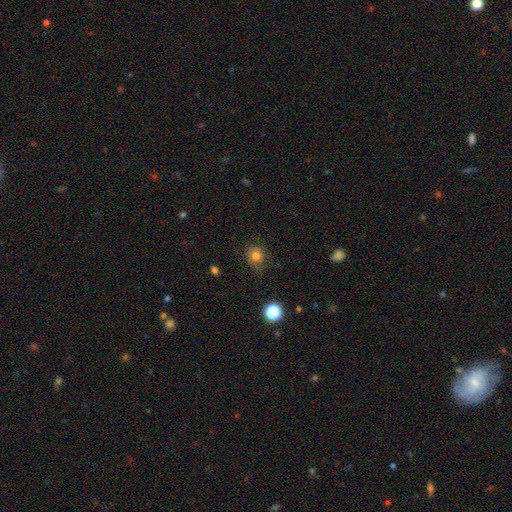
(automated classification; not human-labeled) Q: Smooth or featured?
A: smooth (80%); runner-up: star or artifact (14%)
Q: How rounded?
A: round (80%); runner-up: in between (19%)
Q: Merging?
A: none (73%); runner-up: minor disturbance (20%)